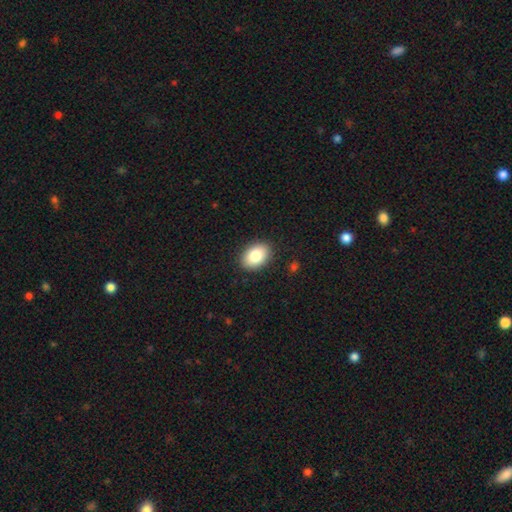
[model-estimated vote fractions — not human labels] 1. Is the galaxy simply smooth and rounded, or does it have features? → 84% smooth, 9% featured or disk, 7% star or artifact.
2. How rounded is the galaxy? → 82% in between, 17% round, 1% cigar-shaped.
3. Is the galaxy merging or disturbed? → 89% none, 8% minor disturbance, 2% major disturbance, 1% merger.